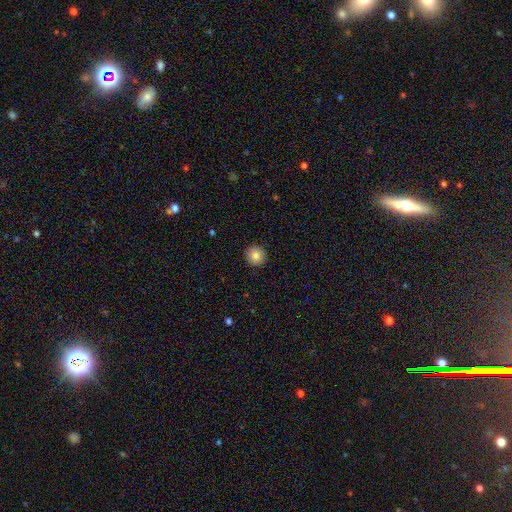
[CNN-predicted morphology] smooth_or_featured: smooth (p=0.84) [alt: star or artifact p=0.09]
how_rounded: round (p=0.95) [alt: in between p=0.04]
merging: none (p=0.92) [alt: minor disturbance p=0.05]